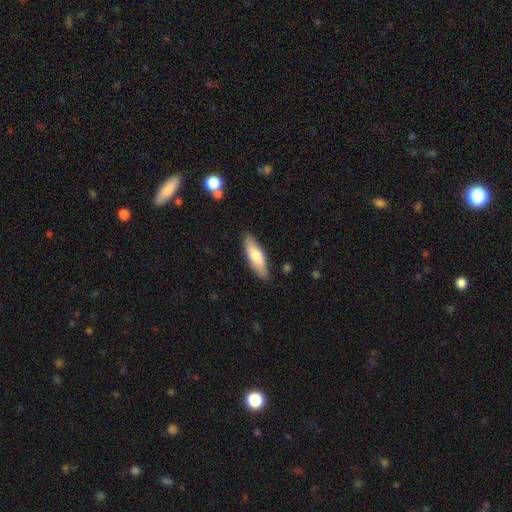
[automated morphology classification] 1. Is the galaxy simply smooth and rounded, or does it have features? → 74% smooth, 21% featured or disk, 5% star or artifact.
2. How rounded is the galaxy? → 50% cigar-shaped, 48% in between, 2% round.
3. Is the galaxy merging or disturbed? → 86% none, 11% minor disturbance, 2% major disturbance, 1% merger.